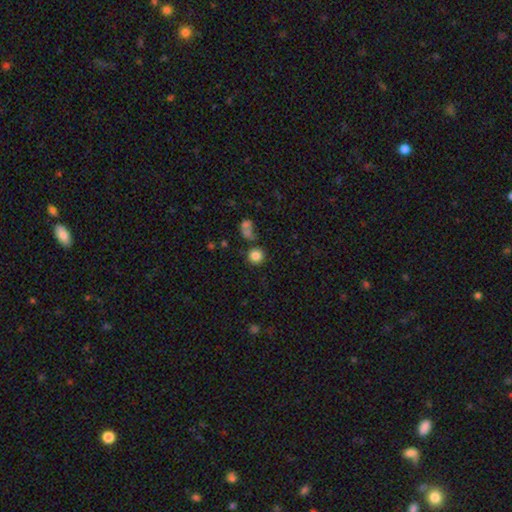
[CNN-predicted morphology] Smooth or featured? Predicted: smooth (p=0.83). How rounded? Predicted: round (p=0.93). Merging? Predicted: none (p=0.77).